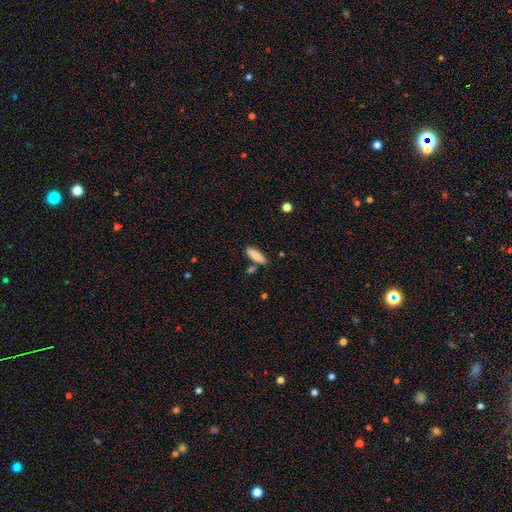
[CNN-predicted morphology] Smooth or featured? Predicted: smooth (p=0.85). How rounded? Predicted: in between (p=0.51). Merging? Predicted: none (p=0.77).